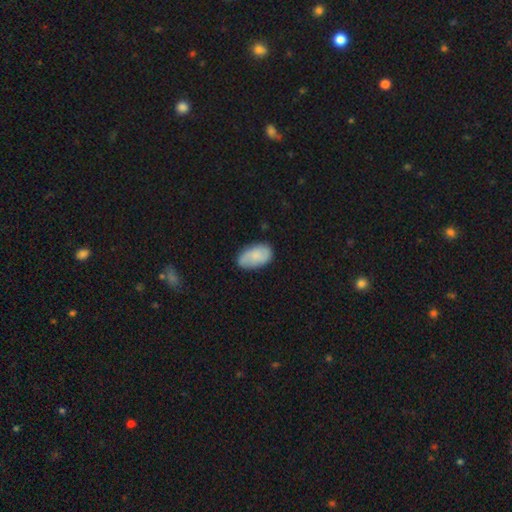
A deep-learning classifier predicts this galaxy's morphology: type=smooth (74%); roundness=in between (94%); merging=none (74%).